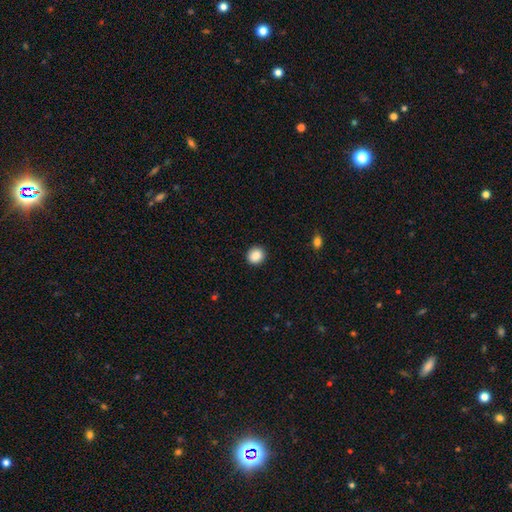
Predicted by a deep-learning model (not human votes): A smooth galaxy with no disk features (88%) that is round (86%). Merging: none (92%).